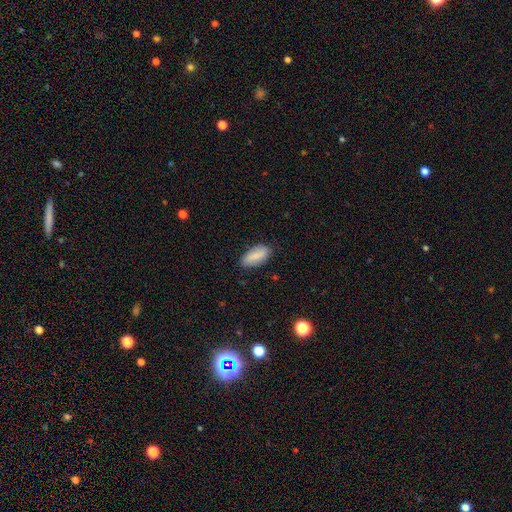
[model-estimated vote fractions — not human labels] Smooth or featured? Predicted: smooth (p=0.78). How rounded? Predicted: in between (p=0.88). Merging? Predicted: none (p=0.83).